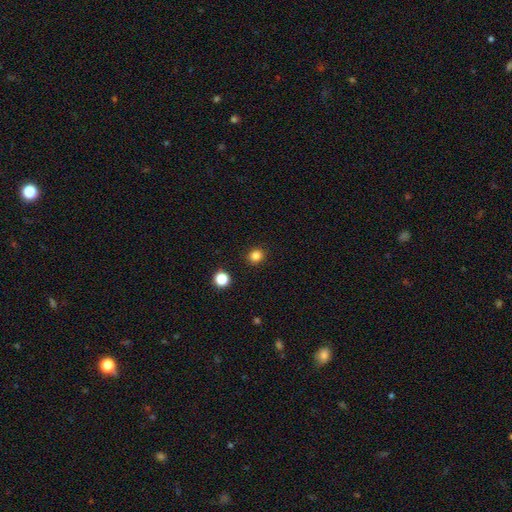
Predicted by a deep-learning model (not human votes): This is clearly a smooth galaxy (83%). How rounded: clearly round (83%). Merging: clearly none (91%).